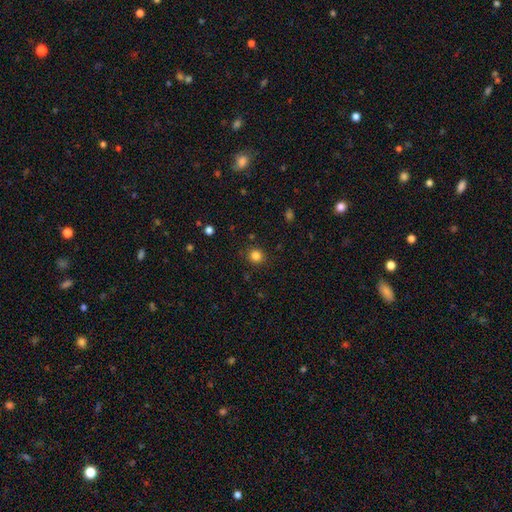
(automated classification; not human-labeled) Overall: smooth (83%). How rounded: round (91%). Merging: none (90%).